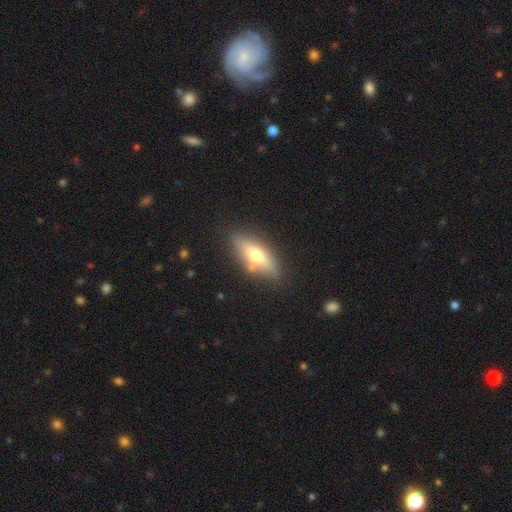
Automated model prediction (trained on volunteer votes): This is possibly a smooth galaxy (47%). Merging: likely none (79%).